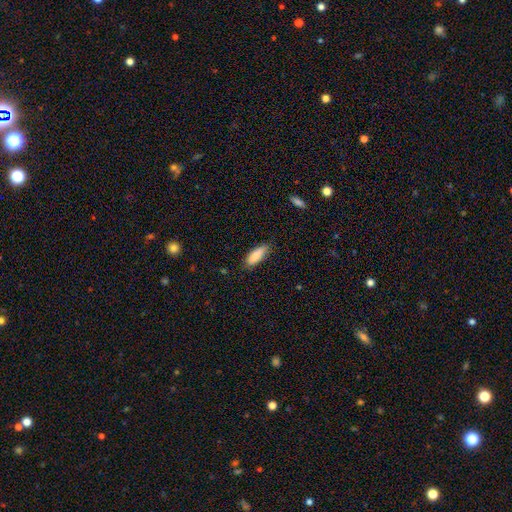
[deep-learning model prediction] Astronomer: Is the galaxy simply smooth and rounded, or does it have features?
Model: smooth — 85%.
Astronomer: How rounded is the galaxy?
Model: in between — 64%.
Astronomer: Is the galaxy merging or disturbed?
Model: none — 81%.